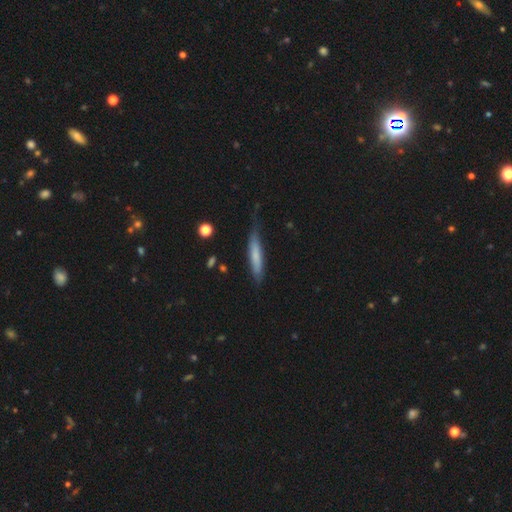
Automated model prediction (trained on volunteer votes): smooth_or_featured: smooth (p=0.65) [alt: featured or disk p=0.29]
how_rounded: cigar-shaped (p=0.89) [alt: in between p=0.09]
merging: none (p=0.60) [alt: minor disturbance p=0.29]